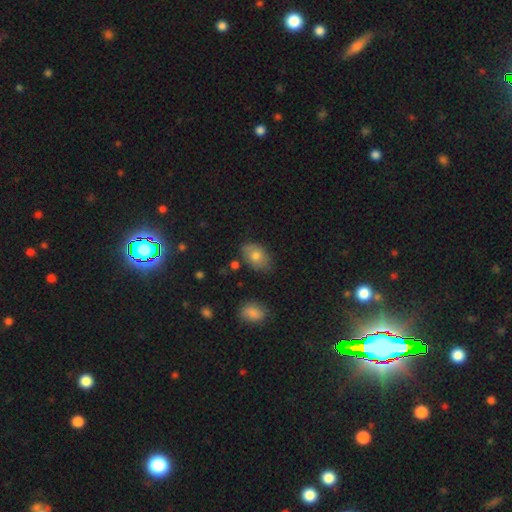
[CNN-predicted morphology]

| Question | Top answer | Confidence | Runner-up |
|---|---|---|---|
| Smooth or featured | smooth | 75% | featured or disk (16%) |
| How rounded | in between | 87% | round (11%) |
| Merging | none | 74% | minor disturbance (19%) |